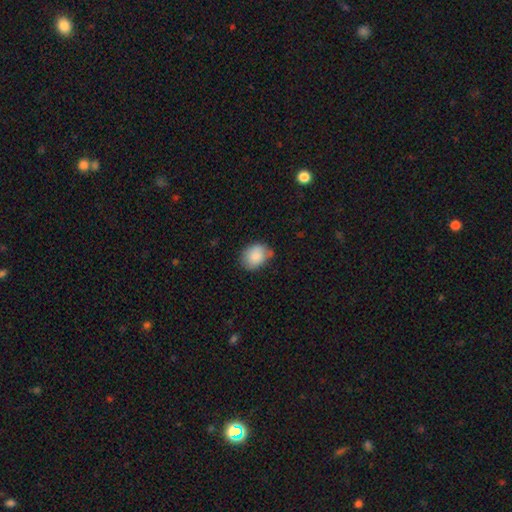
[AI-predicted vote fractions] Overall: smooth (86%). How rounded: in between (57%; round 42%). Merging: none (66%).